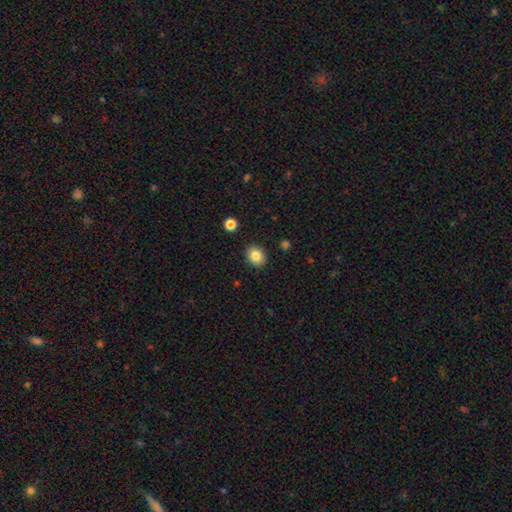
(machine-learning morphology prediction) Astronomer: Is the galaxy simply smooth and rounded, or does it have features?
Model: smooth — 85%.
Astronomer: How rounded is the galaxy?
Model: round — 55% (runner-up: in between, 44%).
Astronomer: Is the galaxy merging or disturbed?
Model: none — 89%.